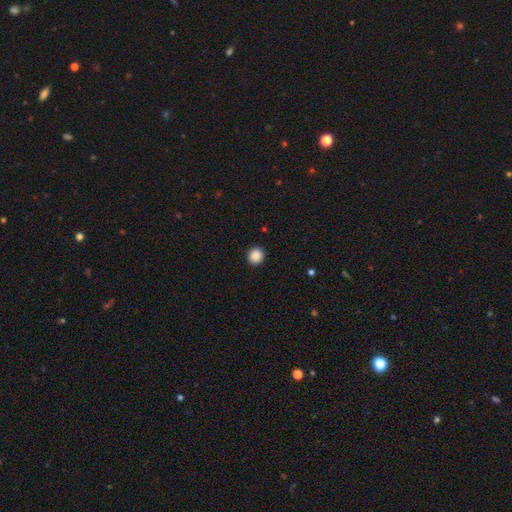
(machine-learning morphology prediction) type=smooth (89%); roundness=round (92%); merging=none (92%).